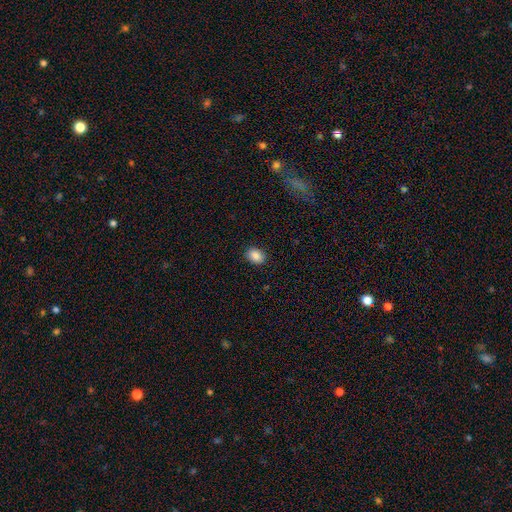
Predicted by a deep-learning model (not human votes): smooth 87%, star or artifact 9%, featured or disk 4%. Down the decision tree: how rounded — in between (58%); merging — none (88%).